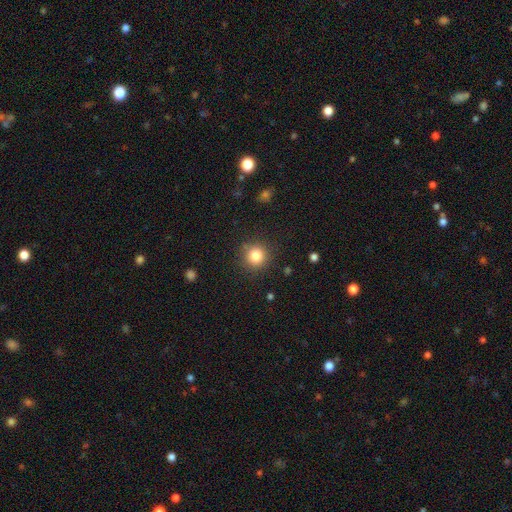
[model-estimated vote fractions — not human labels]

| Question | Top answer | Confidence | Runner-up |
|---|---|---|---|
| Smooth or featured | smooth | 82% | star or artifact (12%) |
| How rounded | round | 94% | in between (5%) |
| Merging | none | 88% | minor disturbance (8%) |